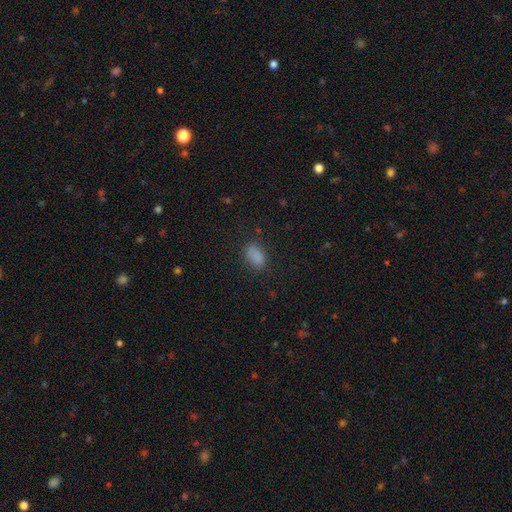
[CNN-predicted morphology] This is clearly a smooth galaxy (84%). How rounded: clearly in between (88%). Merging: likely none (78%).